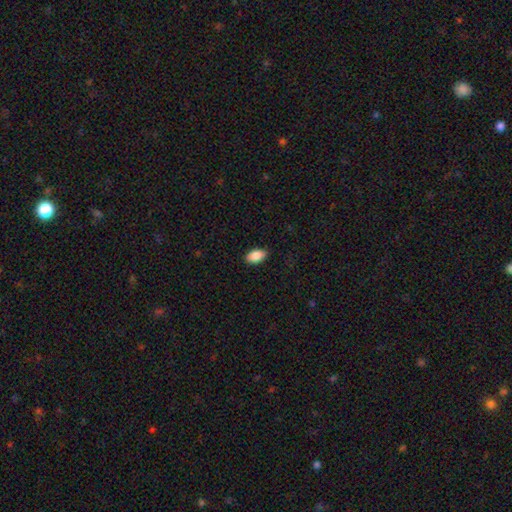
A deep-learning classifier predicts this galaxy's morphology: smooth_or_featured: smooth (p=0.88) [alt: star or artifact p=0.07]
how_rounded: in between (p=0.93) [alt: round p=0.05]
merging: none (p=0.87) [alt: minor disturbance p=0.10]